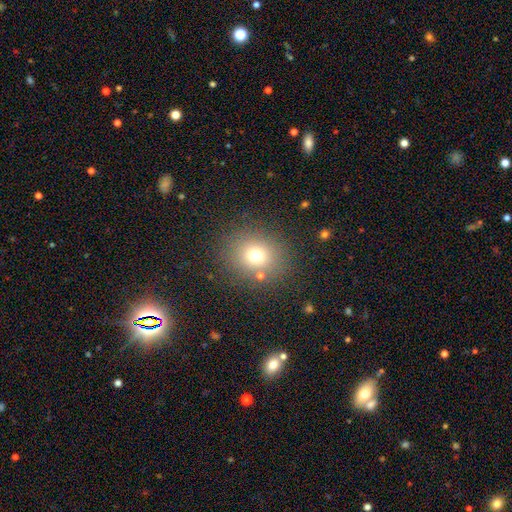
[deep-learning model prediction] This appears to be a smooth galaxy with no disk features (71%) that is round (82%). Merging: none (83%).